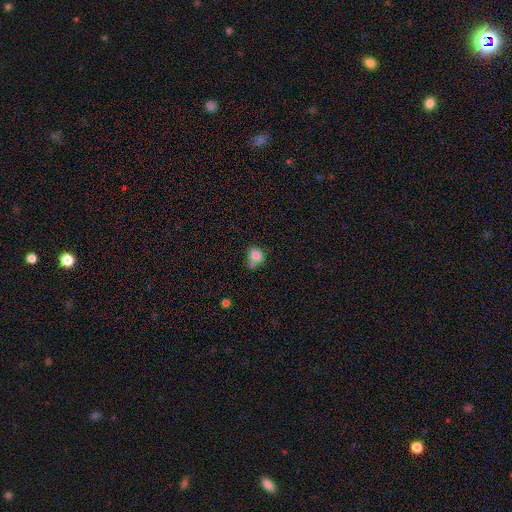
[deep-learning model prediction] Q: Smooth or featured?
A: smooth (81%); runner-up: star or artifact (10%)
Q: How rounded?
A: round (50%); runner-up: in between (49%)
Q: Merging?
A: none (44%); runner-up: merger (32%)